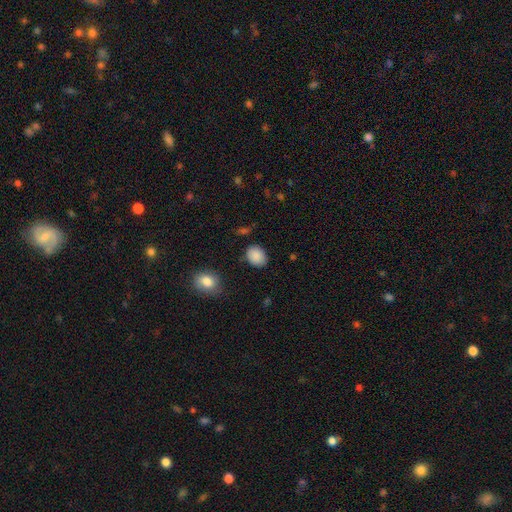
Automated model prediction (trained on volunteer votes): A smooth galaxy with no disk features (88%) that is in between round and cigar-shaped (54%). Merging: none (82%).